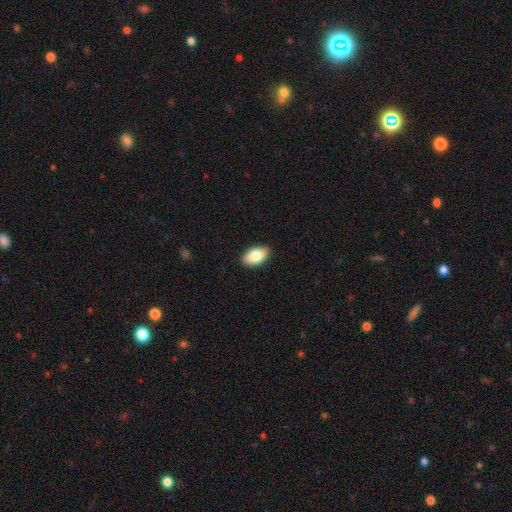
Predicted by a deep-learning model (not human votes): A smooth galaxy with no disk features (83%) that is in between round and cigar-shaped (93%).

Vote fractions:
- Smooth or featured? smooth: 83% / featured or disk: 10% / star or artifact: 7%
- How rounded? in between: 93% / round: 5% / cigar-shaped: 2%
- Merging? none: 89% / minor disturbance: 8% / major disturbance: 2% / merger: 1%